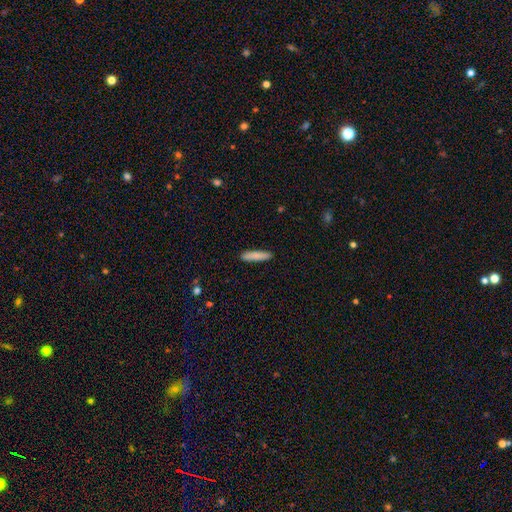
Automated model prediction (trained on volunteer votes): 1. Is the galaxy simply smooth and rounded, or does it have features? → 85% smooth, 9% featured or disk, 6% star or artifact.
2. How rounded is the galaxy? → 84% cigar-shaped, 14% in between, 1% round.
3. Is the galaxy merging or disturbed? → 91% none, 7% minor disturbance, 1% major disturbance, 1% merger.